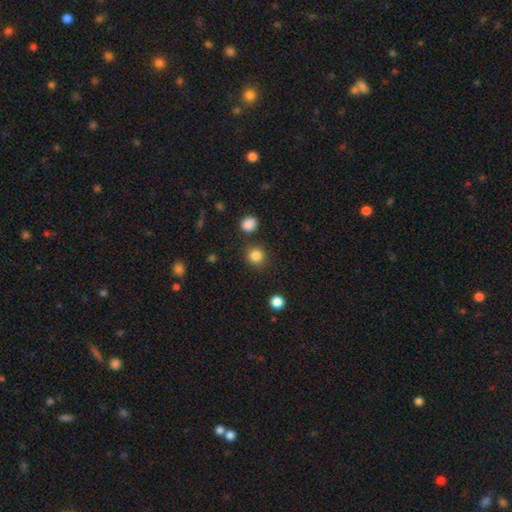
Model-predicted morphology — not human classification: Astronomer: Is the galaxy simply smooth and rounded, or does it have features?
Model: smooth — 84%.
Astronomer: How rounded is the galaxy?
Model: round — 90%.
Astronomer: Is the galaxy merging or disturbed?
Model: none — 86%.